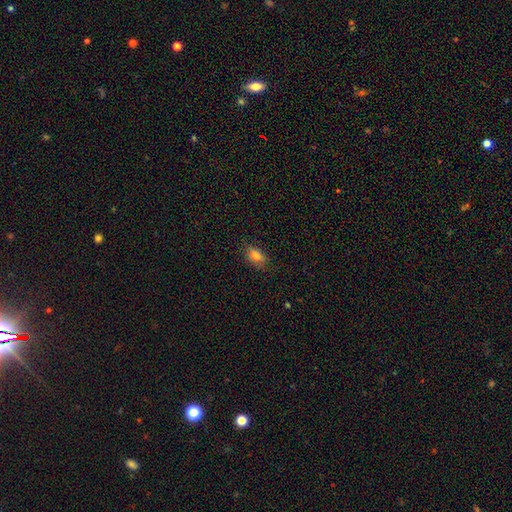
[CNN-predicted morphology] A smooth galaxy with no disk features (78%) that is in between round and cigar-shaped (84%).

Vote fractions:
- Smooth or featured? smooth: 78% / featured or disk: 12% / star or artifact: 10%
- How rounded? in between: 84% / round: 12% / cigar-shaped: 4%
- Merging? none: 79% / minor disturbance: 17% / major disturbance: 3% / merger: 1%